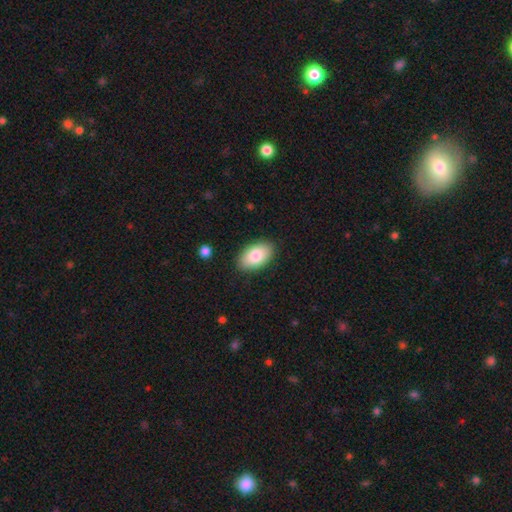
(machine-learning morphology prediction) smooth 83%, featured or disk 11%, star or artifact 6%. Down the decision tree: how rounded — in between (94%); merging — none (87%).